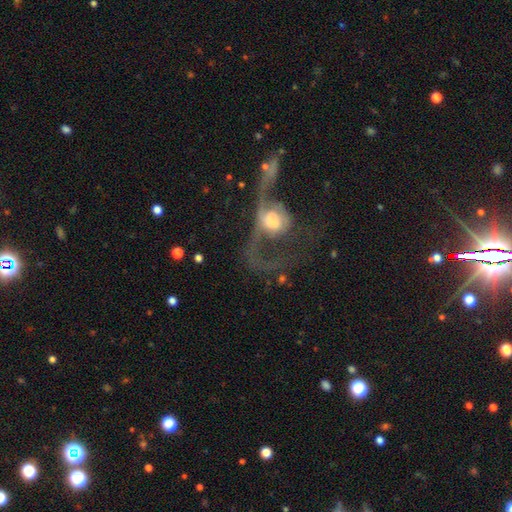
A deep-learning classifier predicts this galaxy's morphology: This is likely a featured or disk galaxy (63%). It is clearly not viewed edge-on (89%). Bar: likely no (77%). Spiral arm pattern: possibly yes (50%, tied with no). Central bulge: marginally moderate (44%). Merging: possibly major disturbance (58%).